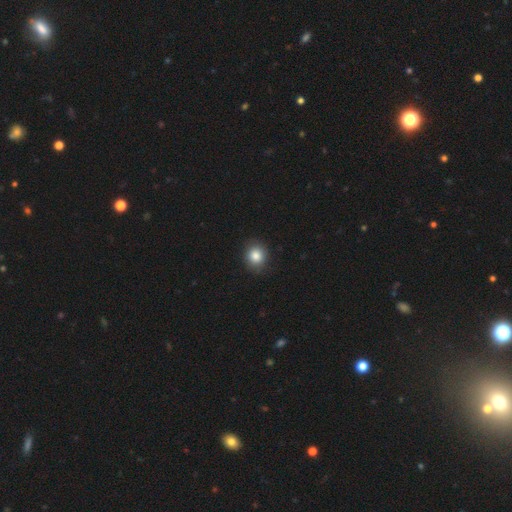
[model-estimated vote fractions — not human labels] Smooth or featured?
  - smooth: 85% *
  - star or artifact: 10%
  - featured or disk: 6%
How rounded?
  - round: 78% *
  - in between: 21%
  - cigar-shaped: 1%
Merging?
  - none: 88% *
  - minor disturbance: 9%
  - major disturbance: 2%
  - merger: 1%